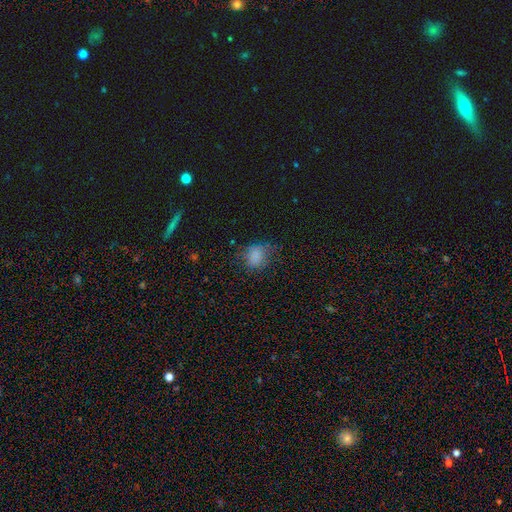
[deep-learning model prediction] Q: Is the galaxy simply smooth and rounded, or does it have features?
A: smooth — 80%.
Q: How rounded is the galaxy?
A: round — 59%.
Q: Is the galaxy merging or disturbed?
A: none — 60%.